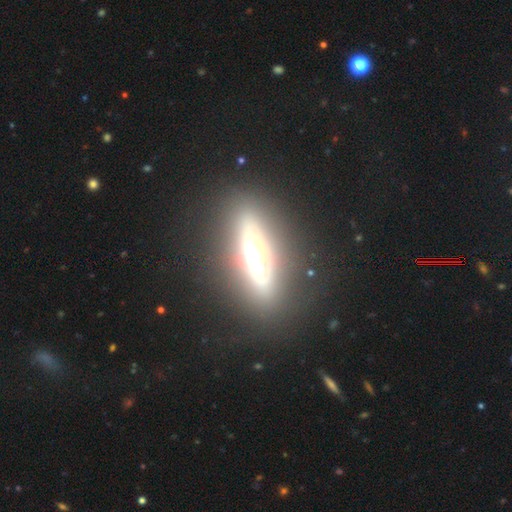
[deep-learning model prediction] Smooth or featured? Predicted: featured or disk (p=0.66). Edge-on disk? Predicted: yes (p=0.82). Edge-on bulge? Predicted: rounded (p=0.80). Merging? Predicted: none (p=0.83).